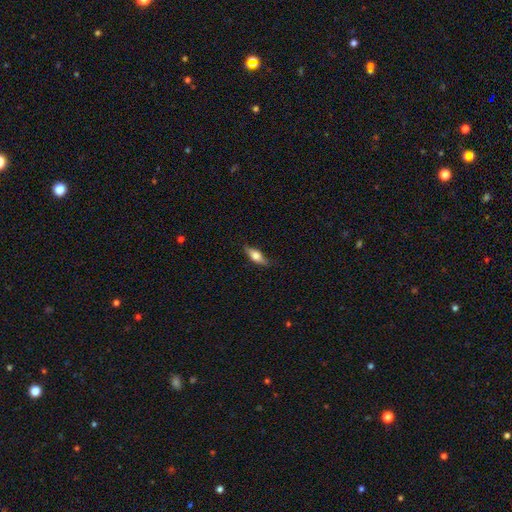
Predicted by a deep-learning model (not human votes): The model was most divided on "how rounded": in between: 61%, cigar-shaped: 36%, round: 3%. More confident: merging — none (79%); smooth or featured — smooth (63%).